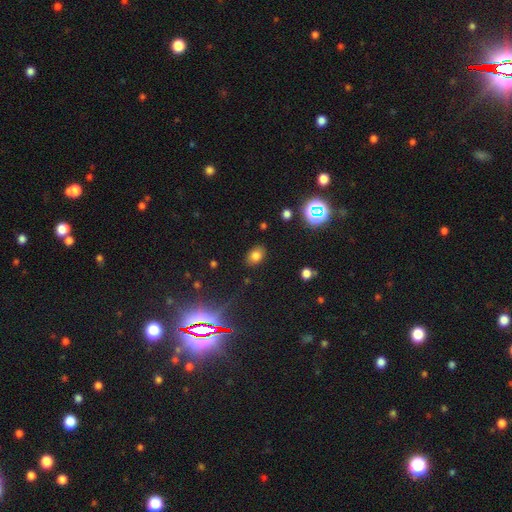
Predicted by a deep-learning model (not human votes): Morphology: type=smooth (76%); roundness=in between (75%); merging=none (85%).